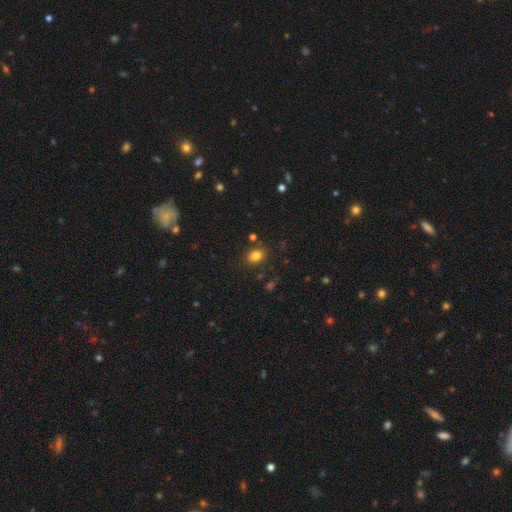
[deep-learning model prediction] Smooth or featured: smooth — 81% (star or artifact — 12%)
How rounded: in between — 60% (round — 39%)
Merging: none — 81% (minor disturbance — 11%)